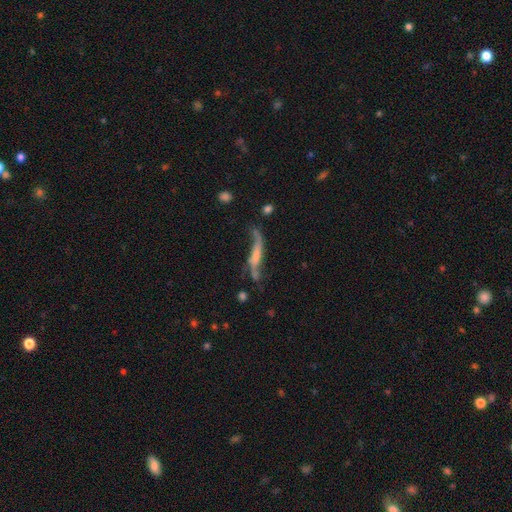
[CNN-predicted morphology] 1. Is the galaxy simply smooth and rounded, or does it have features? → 63% featured or disk, 27% smooth, 10% star or artifact.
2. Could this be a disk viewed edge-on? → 55% yes, 45% no.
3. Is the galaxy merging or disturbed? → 40% none, 25% minor disturbance, 24% major disturbance, 11% merger.